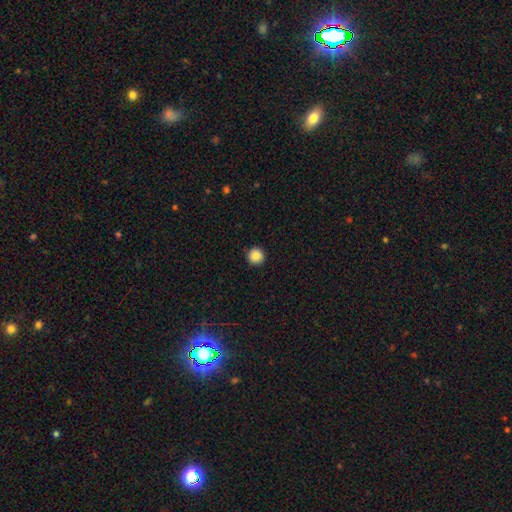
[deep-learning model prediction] The model was most divided on "smooth or featured": smooth: 87%, star or artifact: 10%, featured or disk: 3%. More confident: how rounded — round (96%); merging — none (93%).